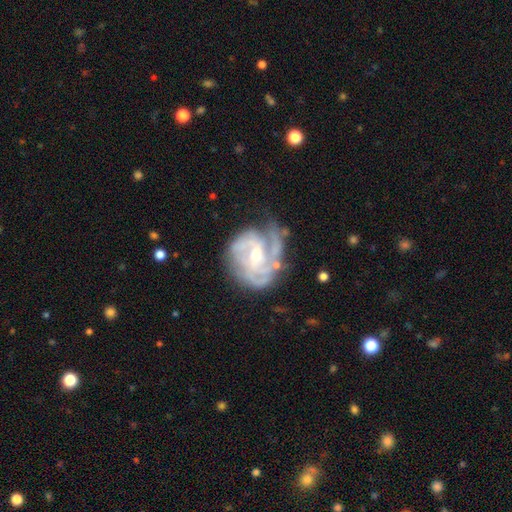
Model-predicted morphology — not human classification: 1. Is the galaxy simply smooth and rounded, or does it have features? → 86% featured or disk, 9% smooth, 6% star or artifact.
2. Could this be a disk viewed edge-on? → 98% no, 2% yes.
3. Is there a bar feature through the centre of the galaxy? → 47% weak, 41% no, 12% strong.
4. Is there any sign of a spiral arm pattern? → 93% yes, 7% no.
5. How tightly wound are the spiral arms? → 55% tight, 35% medium, 10% loose.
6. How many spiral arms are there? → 30% can't tell, 26% 2, 25% 3, 8% 4, 7% 1, 5% more than 4.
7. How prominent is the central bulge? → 48% small, 46% moderate, 3% none, 2% large, 1% dominant.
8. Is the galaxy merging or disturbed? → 54% none, 25% minor disturbance, 18% major disturbance, 3% merger.